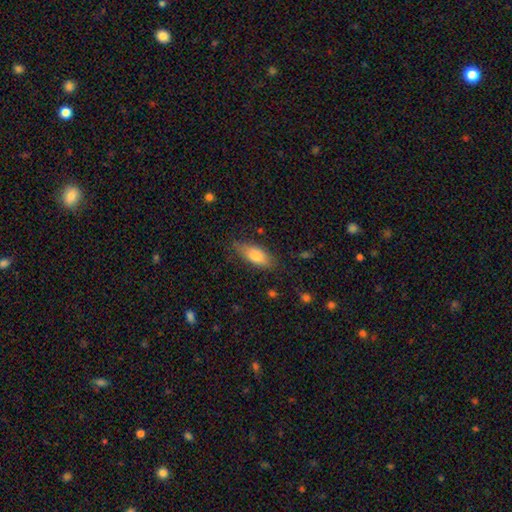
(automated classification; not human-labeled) Smooth or featured?
  - smooth: 78% *
  - featured or disk: 15%
  - star or artifact: 7%
How rounded?
  - in between: 78% *
  - cigar-shaped: 20%
  - round: 3%
Merging?
  - none: 78% *
  - minor disturbance: 17%
  - major disturbance: 4%
  - merger: 1%